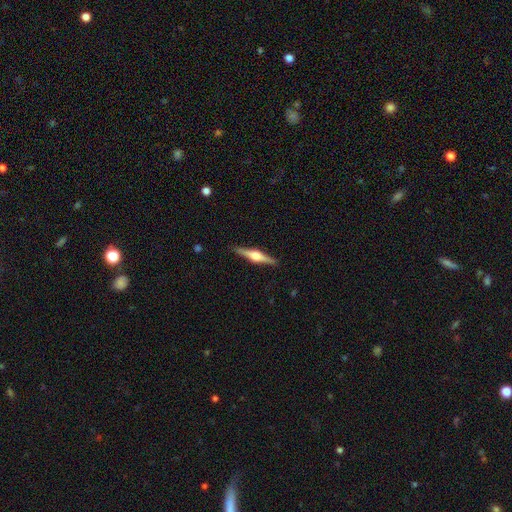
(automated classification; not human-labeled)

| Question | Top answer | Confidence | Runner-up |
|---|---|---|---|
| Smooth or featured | featured or disk | 76% | smooth (19%) |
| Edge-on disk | yes | 98% | no (2%) |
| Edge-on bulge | rounded | 93% | boxy (5%) |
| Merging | none | 91% | minor disturbance (7%) |